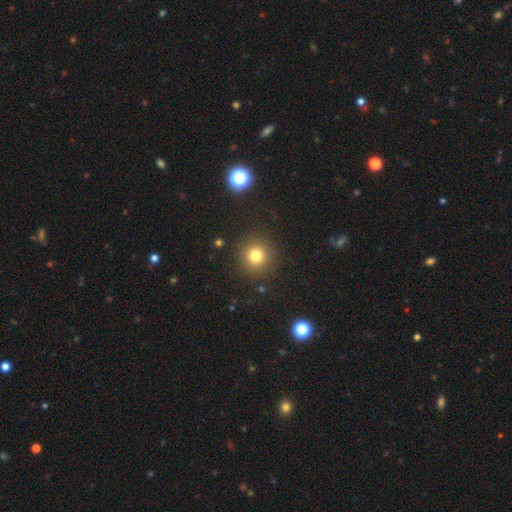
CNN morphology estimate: smooth 78%, star or artifact 15%, featured or disk 7%. Down the decision tree: how rounded — round (93%); merging — none (89%).